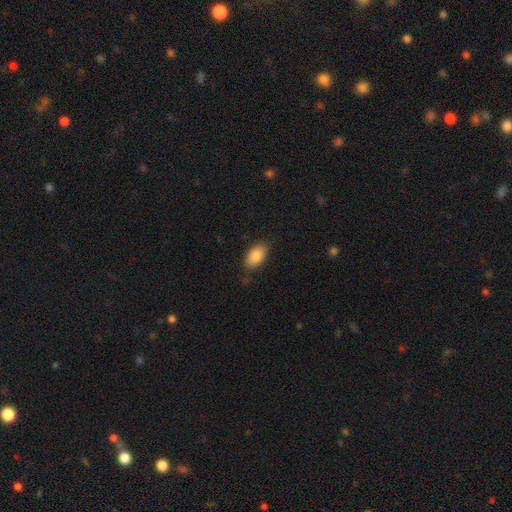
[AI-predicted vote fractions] A smooth galaxy with no disk features (85%) that is in between round and cigar-shaped (93%).

Vote fractions:
- Smooth or featured? smooth: 85% / featured or disk: 8% / star or artifact: 7%
- How rounded? in between: 93% / round: 5% / cigar-shaped: 2%
- Merging? none: 82% / minor disturbance: 14% / major disturbance: 3% / merger: 1%